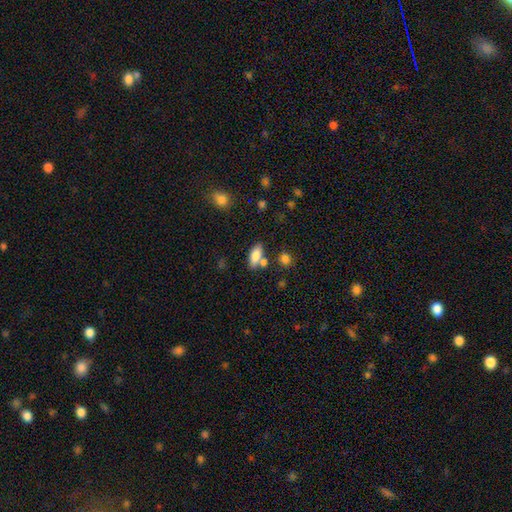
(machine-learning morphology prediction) Overall: smooth (82%). How rounded: in between (78%). Merging: none (63%).